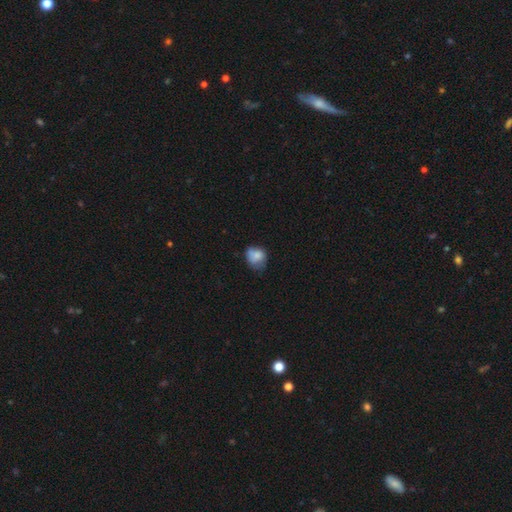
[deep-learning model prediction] A smooth galaxy with no disk features (78%) that is round (60%).

Vote fractions:
- Smooth or featured? smooth: 78% / featured or disk: 13% / star or artifact: 9%
- How rounded? round: 60% / in between: 39% / cigar-shaped: 1%
- Merging? none: 47% / minor disturbance: 37% / major disturbance: 12% / merger: 5%